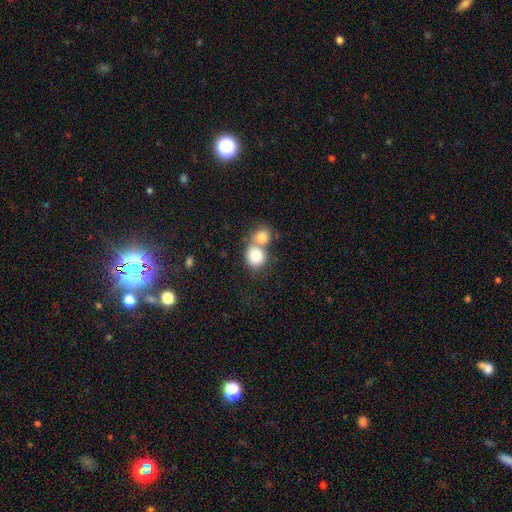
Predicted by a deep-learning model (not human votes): Q: Smooth or featured?
A: smooth (80%); runner-up: featured or disk (12%)
Q: How rounded?
A: round (76%); runner-up: in between (23%)
Q: Merging?
A: merger (59%); runner-up: none (31%)